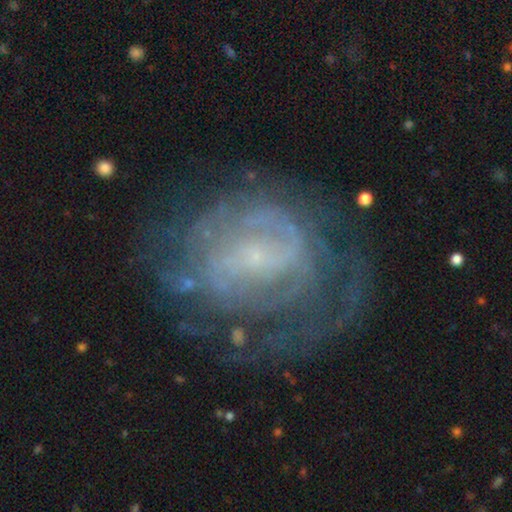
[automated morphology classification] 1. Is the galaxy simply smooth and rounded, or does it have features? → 74% featured or disk, 16% smooth, 10% star or artifact.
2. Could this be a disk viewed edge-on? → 97% no, 3% yes.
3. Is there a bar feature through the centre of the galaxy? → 50% no, 39% weak, 11% strong.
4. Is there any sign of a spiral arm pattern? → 71% yes, 29% no.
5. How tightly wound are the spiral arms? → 51% tight, 32% medium, 17% loose.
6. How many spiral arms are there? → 54% can't tell, 21% 2, 8% 3, 7% 1, 5% 4, 5% more than 4.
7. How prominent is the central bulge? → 75% small, 11% none, 11% moderate, 2% large, 1% dominant.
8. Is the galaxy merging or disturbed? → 56% none, 22% major disturbance, 20% minor disturbance, 2% merger.